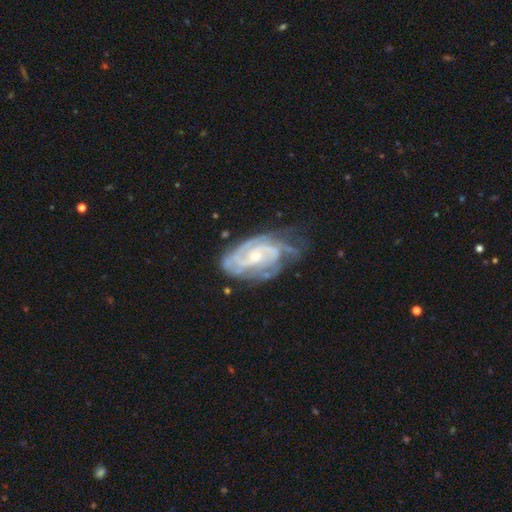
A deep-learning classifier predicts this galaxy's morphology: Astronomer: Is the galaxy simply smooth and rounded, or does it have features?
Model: featured or disk — 89%.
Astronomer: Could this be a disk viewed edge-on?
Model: no — 97%.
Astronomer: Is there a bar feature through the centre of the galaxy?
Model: no — 60%.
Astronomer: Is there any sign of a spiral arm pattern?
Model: yes — 97%.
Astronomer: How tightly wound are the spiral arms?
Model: tight — 64%.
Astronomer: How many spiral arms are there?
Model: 2 — 38% (runner-up: can't tell, 23%).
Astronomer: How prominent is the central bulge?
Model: small — 63%.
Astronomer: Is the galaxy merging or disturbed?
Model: none — 54% (runner-up: minor disturbance, 29%).